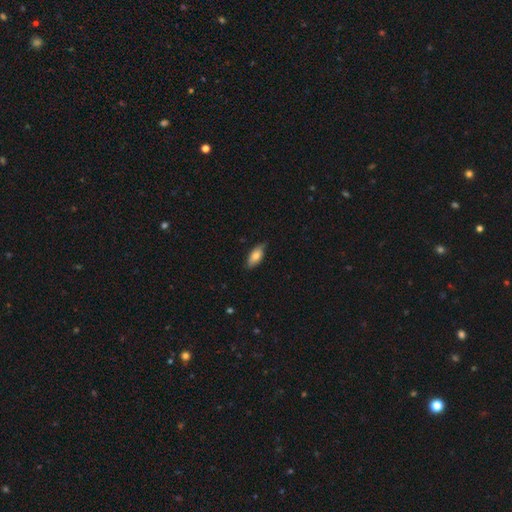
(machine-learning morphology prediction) This is likely a smooth galaxy (73%). How rounded: clearly in between (84%). Merging: likely none (76%).